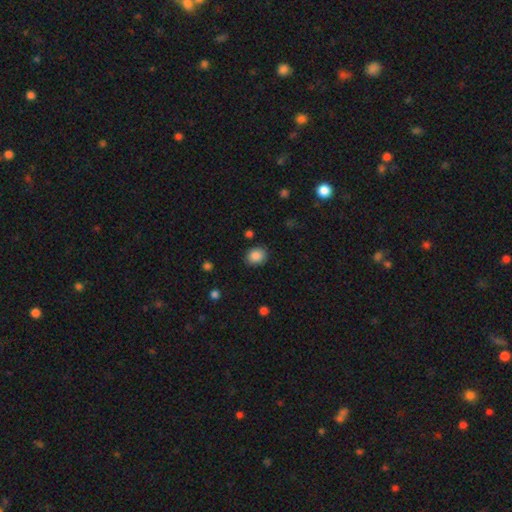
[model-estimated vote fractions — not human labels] The model was most divided on "how rounded": round: 62%, in between: 38%, cigar-shaped: 1%. More confident: smooth or featured — smooth (87%); merging — none (85%).